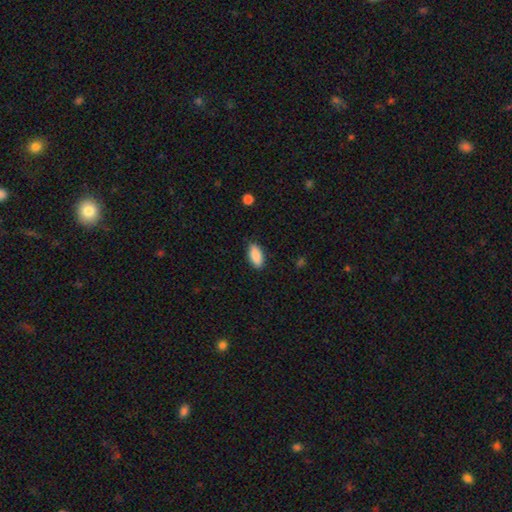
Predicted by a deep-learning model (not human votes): Smooth or featured?
  - smooth: 88% *
  - star or artifact: 7%
  - featured or disk: 5%
How rounded?
  - in between: 89% *
  - cigar-shaped: 8%
  - round: 2%
Merging?
  - none: 83% *
  - minor disturbance: 13%
  - major disturbance: 2%
  - merger: 1%